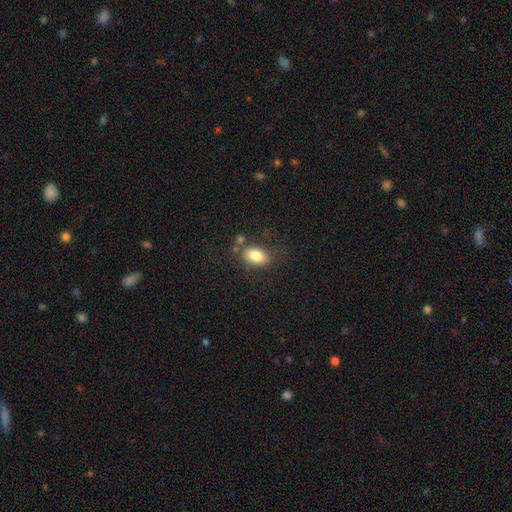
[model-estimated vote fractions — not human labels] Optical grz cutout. It shows a smooth galaxy with no disk features (81%) that is in between round and cigar-shaped (85%). Merging: none (71%).